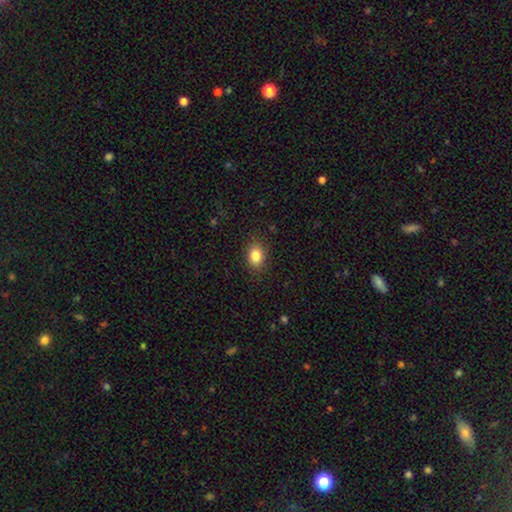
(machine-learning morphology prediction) Smooth or featured? smooth (84%)
How rounded? in between (67%)
Merging? none (86%)